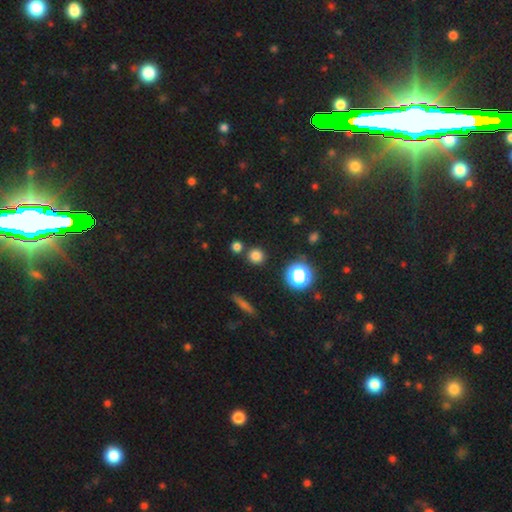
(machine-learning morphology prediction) smooth_or_featured: smooth (p=0.76) [alt: star or artifact p=0.18]
how_rounded: round (p=0.90) [alt: in between p=0.08]
merging: none (p=0.81) [alt: merger p=0.09]